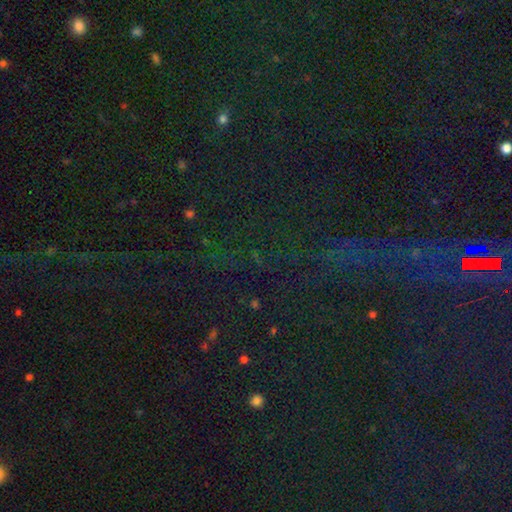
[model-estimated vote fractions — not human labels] Smooth or featured? star or artifact (80%)